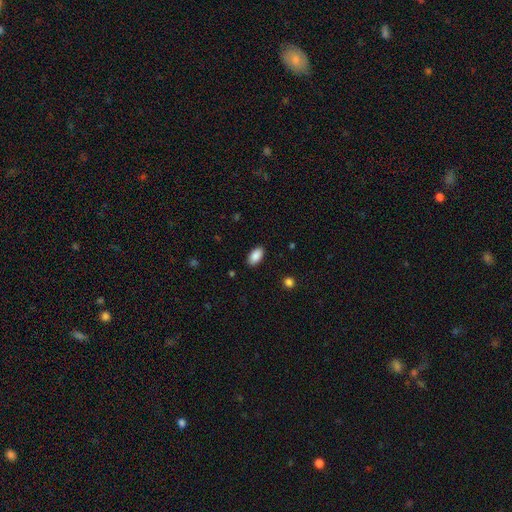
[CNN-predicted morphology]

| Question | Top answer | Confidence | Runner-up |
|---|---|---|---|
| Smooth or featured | smooth | 89% | star or artifact (7%) |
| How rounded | in between | 94% | round (3%) |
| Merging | none | 88% | minor disturbance (8%) |